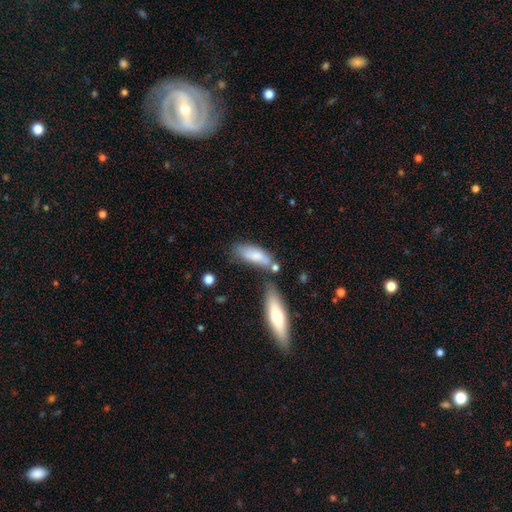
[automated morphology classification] smooth-or-featured: smooth: 76% | featured or disk: 18% | star or artifact: 6%
  how-rounded: in between: 62% | cigar-shaped: 36% | round: 2%
  merging: none: 46% | merger: 24% | minor disturbance: 22% | major disturbance: 8%